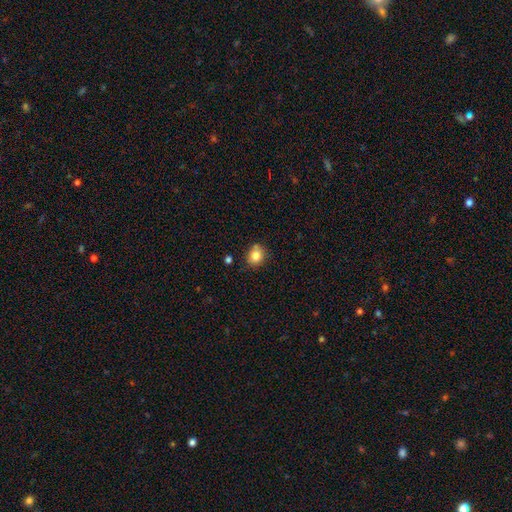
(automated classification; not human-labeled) Smooth or featured?
  - smooth: 84% *
  - star or artifact: 10%
  - featured or disk: 6%
How rounded?
  - round: 73% *
  - in between: 26%
  - cigar-shaped: 1%
Merging?
  - none: 76% *
  - minor disturbance: 15%
  - merger: 6%
  - major disturbance: 3%